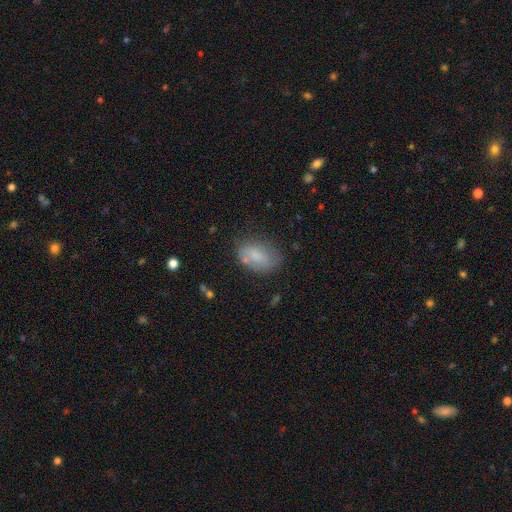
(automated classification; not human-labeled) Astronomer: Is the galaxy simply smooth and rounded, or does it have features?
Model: smooth — 75%.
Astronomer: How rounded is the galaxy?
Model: in between — 88%.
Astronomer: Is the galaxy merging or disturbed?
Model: none — 62%.